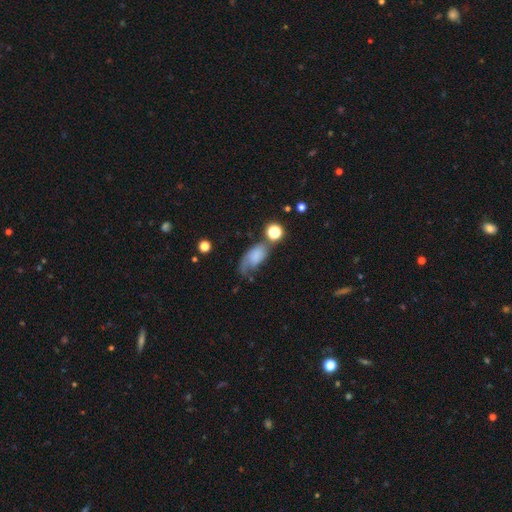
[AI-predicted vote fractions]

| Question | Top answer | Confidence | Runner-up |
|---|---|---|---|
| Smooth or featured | smooth | 62% | featured or disk (27%) |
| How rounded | in between | 86% | round (9%) |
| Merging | none | 36% | minor disturbance (30%) |